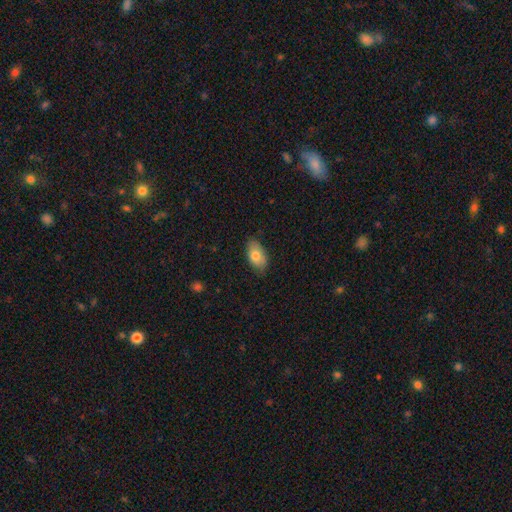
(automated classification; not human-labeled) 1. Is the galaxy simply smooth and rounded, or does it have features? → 78% smooth, 16% featured or disk, 7% star or artifact.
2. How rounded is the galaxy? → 92% in between, 5% round, 2% cigar-shaped.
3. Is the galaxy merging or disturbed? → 78% none, 18% minor disturbance, 3% major disturbance, 1% merger.